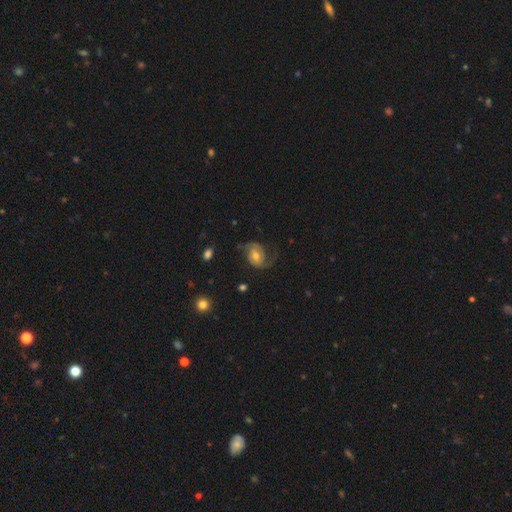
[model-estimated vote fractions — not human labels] This is likely a featured or disk galaxy (73%). It is clearly not viewed edge-on (97%). Bar: possibly no (58%). Spiral arm pattern: clearly yes (92%). Spiral arm count: clearly 2 (85%). Spiral winding: marginally medium (42%). Central bulge: likely moderate (67%). Merging: likely none (61%).